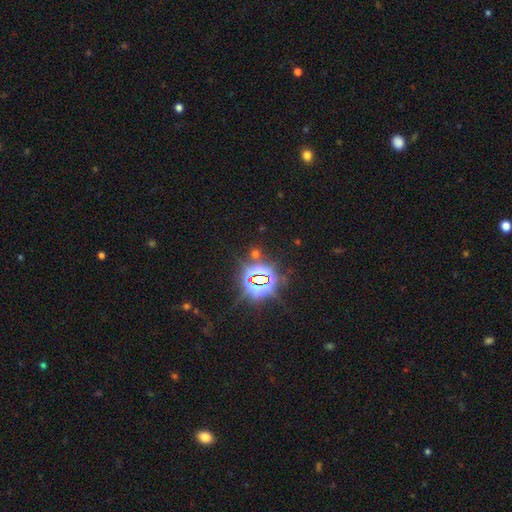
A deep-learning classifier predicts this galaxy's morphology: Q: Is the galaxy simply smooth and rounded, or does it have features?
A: star or artifact — 82%.